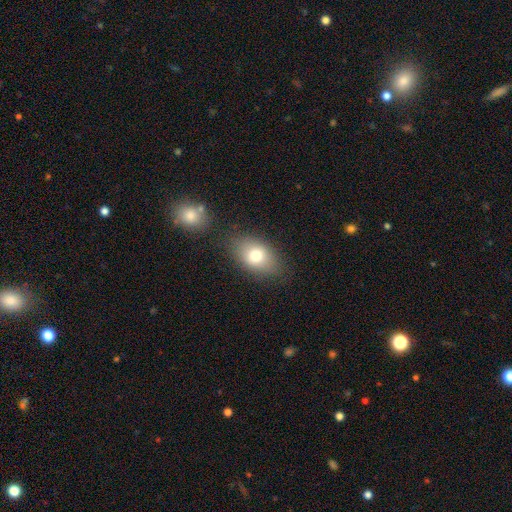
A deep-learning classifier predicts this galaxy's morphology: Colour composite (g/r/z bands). It shows a smooth galaxy with no disk features (77%) that is in between round and cigar-shaped (82%). Merging: none (77%).